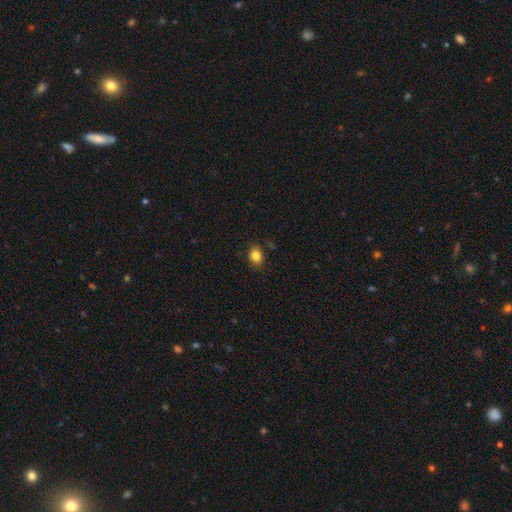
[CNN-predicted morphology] The model was most divided on "how rounded": in between: 59%, round: 40%, cigar-shaped: 1%. More confident: smooth or featured — smooth (84%); merging — none (83%).